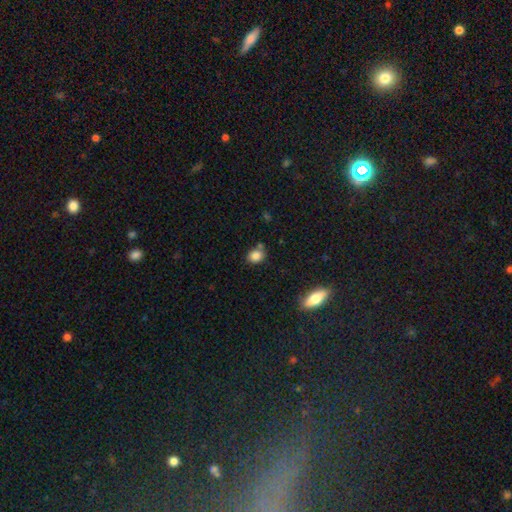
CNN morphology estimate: The model was most divided on "how rounded": round: 57%, in between: 42%, cigar-shaped: 1%. More confident: smooth or featured — smooth (84%); merging — none (65%).